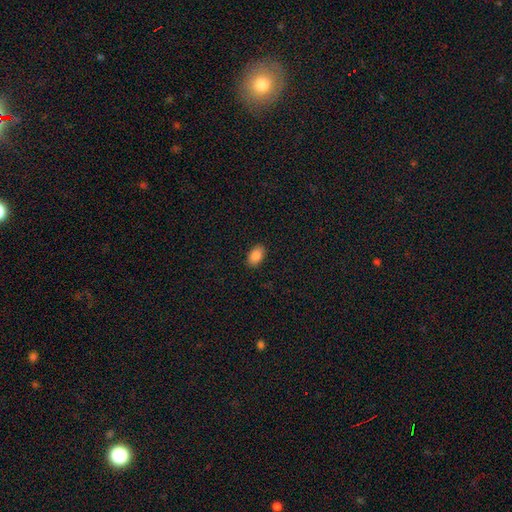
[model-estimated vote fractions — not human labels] Q: Smooth or featured?
A: smooth (87%); runner-up: star or artifact (8%)
Q: How rounded?
A: in between (90%); runner-up: round (9%)
Q: Merging?
A: none (89%); runner-up: minor disturbance (8%)